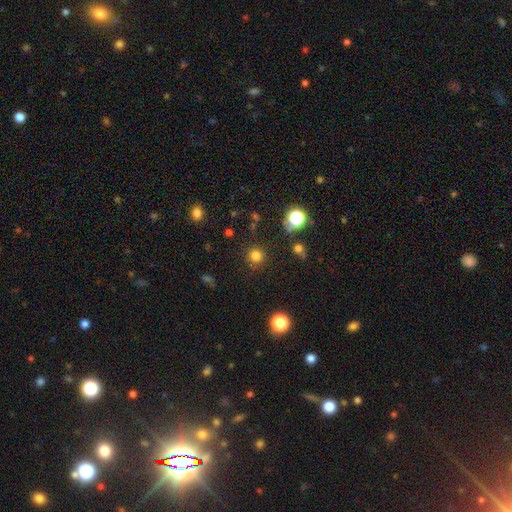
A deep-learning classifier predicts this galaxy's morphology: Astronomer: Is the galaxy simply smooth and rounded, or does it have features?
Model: smooth — 78%.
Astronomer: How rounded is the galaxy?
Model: round — 94%.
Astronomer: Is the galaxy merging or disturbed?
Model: none — 88%.